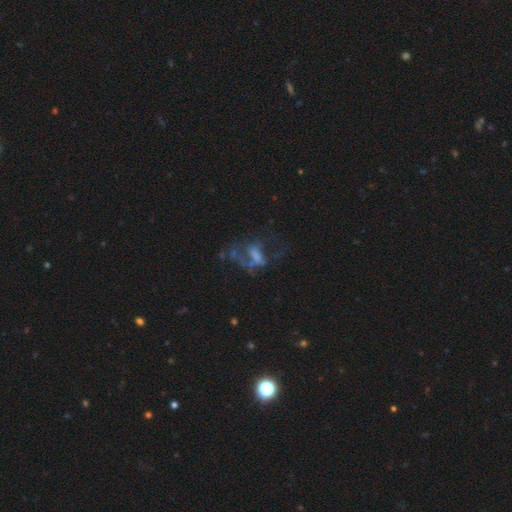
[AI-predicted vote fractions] smooth-or-featured: featured or disk: 56% | smooth: 22% | star or artifact: 22%
  disk-edge-on: no: 94% | yes: 6%
    bar: no: 58% | weak: 28% | strong: 14%
    has-spiral-arms: no: 64% | yes: 36%
    bulge-size: none: 43% | moderate: 24% | small: 23% | large: 8% | dominant: 2%
  merging: major disturbance: 45% | none: 32% | minor disturbance: 14% | merger: 9%